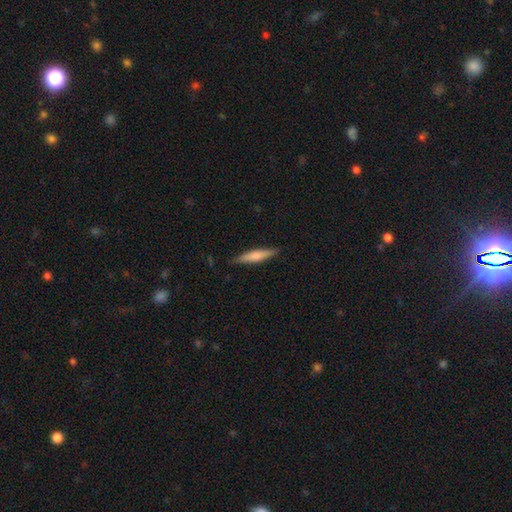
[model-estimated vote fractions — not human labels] The model was most divided on "smooth or featured": smooth: 65%, featured or disk: 29%, star or artifact: 6%. More confident: merging — none (86%); how rounded — cigar-shaped (85%).